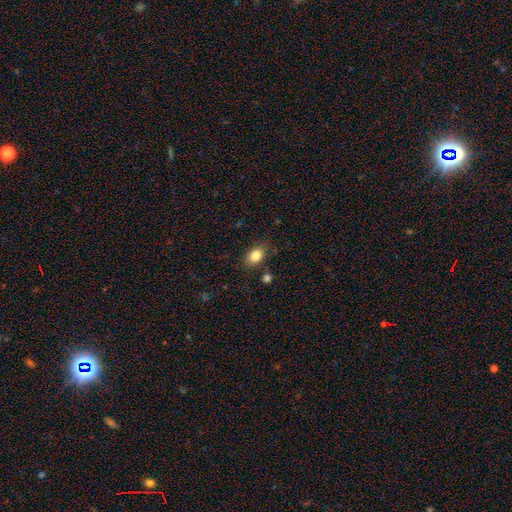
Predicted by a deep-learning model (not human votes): Smooth or featured? smooth (83%)
How rounded? in between (78%)
Merging? none (80%)